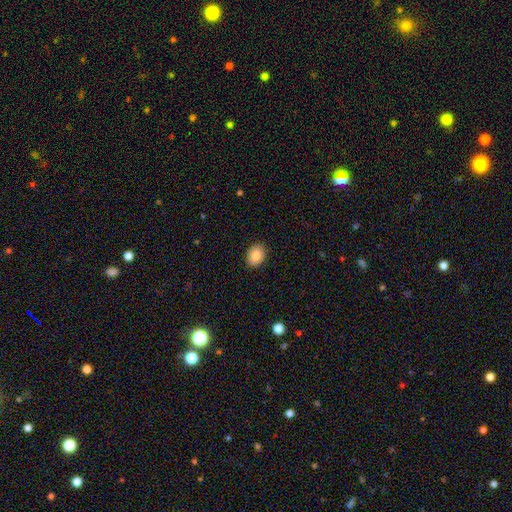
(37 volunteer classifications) A smooth galaxy with no disk features (76%) that is in between round and cigar-shaped (68%). Merging: none (85%).